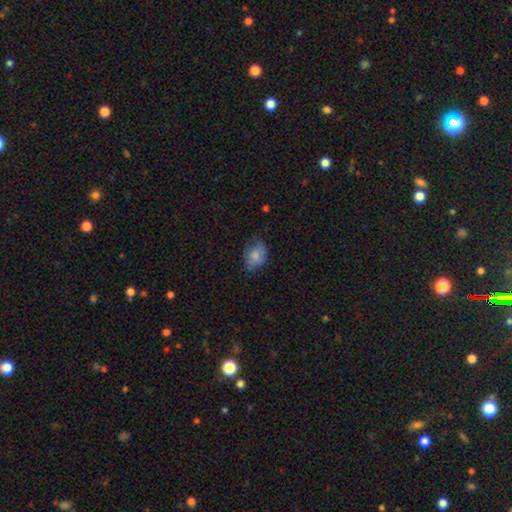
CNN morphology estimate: smooth_or_featured: smooth (p=0.76) [alt: featured or disk p=0.16]
how_rounded: in between (p=0.77) [alt: round p=0.22]
merging: none (p=0.57) [alt: minor disturbance p=0.31]